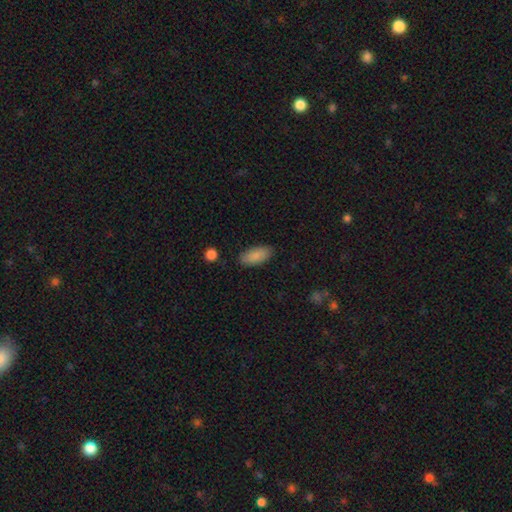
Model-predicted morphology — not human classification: Q: Smooth or featured?
A: smooth (88%); runner-up: star or artifact (6%)
Q: How rounded?
A: in between (89%); runner-up: cigar-shaped (9%)
Q: Merging?
A: none (85%); runner-up: minor disturbance (11%)